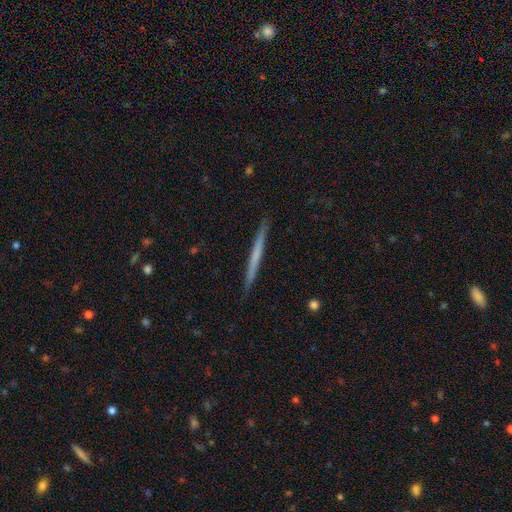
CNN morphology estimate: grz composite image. It shows a smooth galaxy with no disk features (47%, tied with featured or disk). Merging: none (91%).